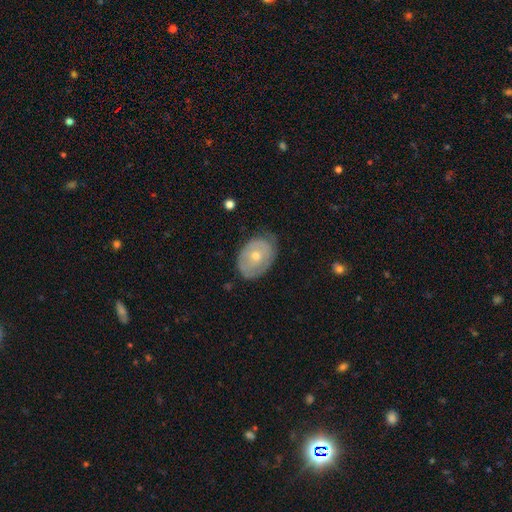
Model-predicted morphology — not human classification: Smooth or featured? Predicted: featured or disk (p=0.55). Edge-on disk? Predicted: no (p=0.93). Bar? Predicted: no (p=0.87). Spiral arms? Predicted: no (p=0.62). Bulge size? Predicted: moderate (p=0.53). Merging? Predicted: none (p=0.71).